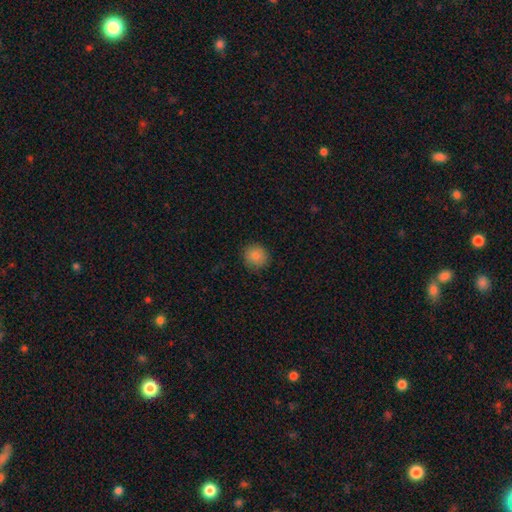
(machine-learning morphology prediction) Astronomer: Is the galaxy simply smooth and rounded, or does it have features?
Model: smooth — 86%.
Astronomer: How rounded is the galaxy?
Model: round — 89%.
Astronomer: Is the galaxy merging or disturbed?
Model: none — 89%.